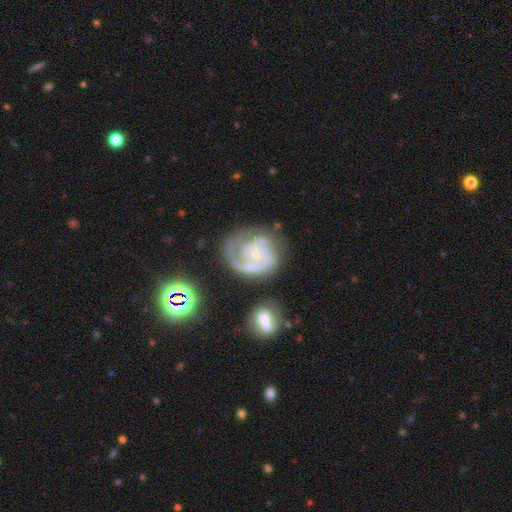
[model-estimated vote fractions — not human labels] This appears to be a featured or disk galaxy (85%) with no bar (75%), 2 (32%) tight (57%) spiral arms (94%) and a small central bulge (78%). Merging: none (54%).